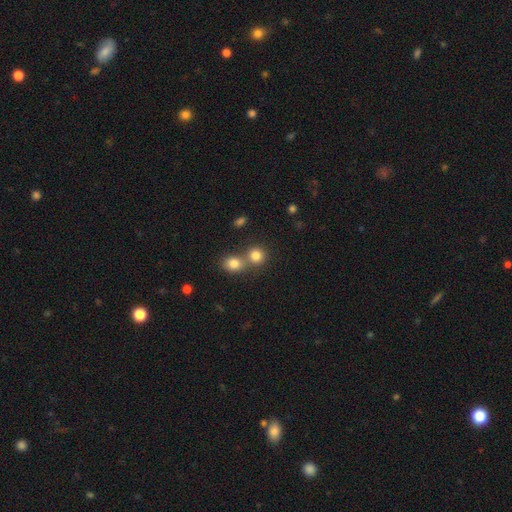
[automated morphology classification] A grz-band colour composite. It shows a smooth galaxy with no disk features (81%) that is round (85%). Merging: none (49%).